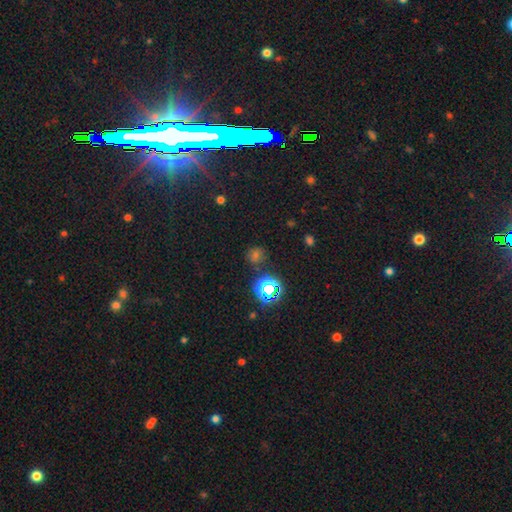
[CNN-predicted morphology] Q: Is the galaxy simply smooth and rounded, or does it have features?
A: star or artifact — 54%.